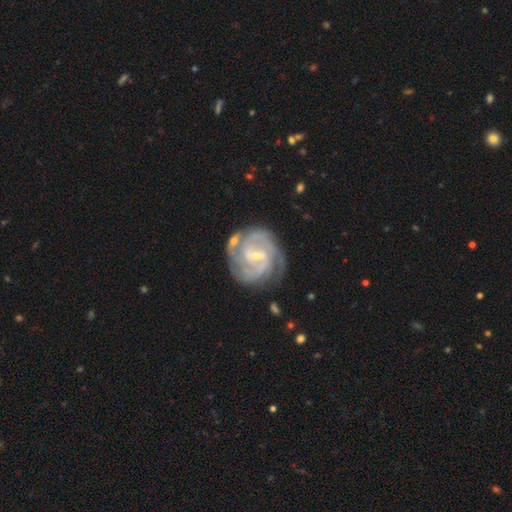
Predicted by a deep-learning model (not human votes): Smooth or featured? Predicted: featured or disk (p=0.90). Edge-on disk? Predicted: no (p=0.98). Bar? Predicted: weak (p=0.52). Spiral arms? Predicted: yes (p=0.98). Spiral winding? Predicted: tight (p=0.61). Spiral arm count? Predicted: 2 (p=0.35). Bulge size? Predicted: small (p=0.75). Merging? Predicted: none (p=0.67).